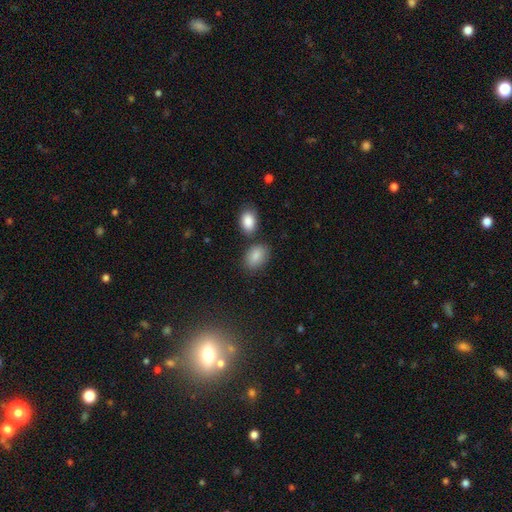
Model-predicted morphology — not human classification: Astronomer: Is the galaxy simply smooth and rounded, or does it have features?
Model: smooth — 87%.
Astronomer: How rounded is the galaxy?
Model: in between — 84%.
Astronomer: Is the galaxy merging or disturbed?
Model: none — 70%.